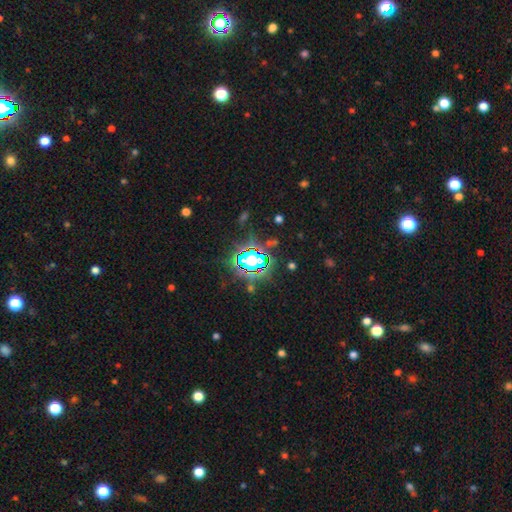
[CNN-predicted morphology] Smooth or featured: star or artifact — 70% (smooth — 19%)